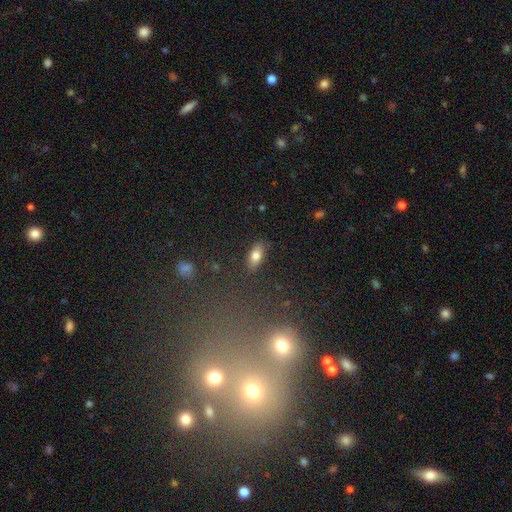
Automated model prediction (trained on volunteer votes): This appears to be a smooth galaxy with no disk features (78%) that is in between round and cigar-shaped (87%). Merging: none (85%).